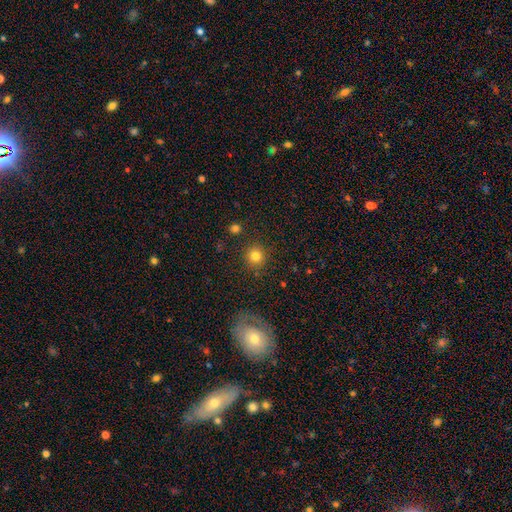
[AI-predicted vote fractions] A smooth galaxy with no disk features (81%) that is round (93%). Merging: none (88%).